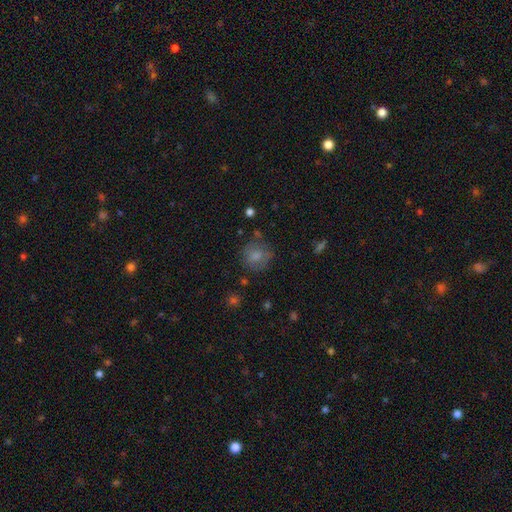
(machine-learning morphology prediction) This appears to be a smooth galaxy with no disk features (76%) that is round (82%). Merging: none (68%).